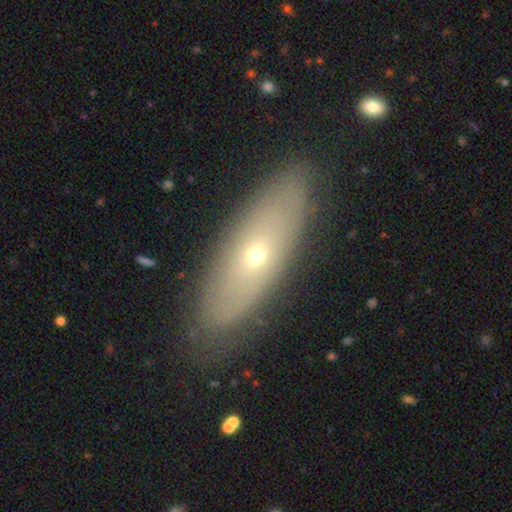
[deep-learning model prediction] Smooth or featured: featured or disk — 46% (smooth — 44%)
Merging: none — 81% (minor disturbance — 12%)